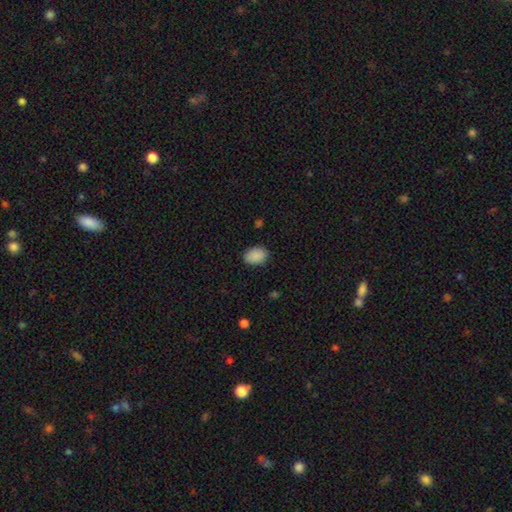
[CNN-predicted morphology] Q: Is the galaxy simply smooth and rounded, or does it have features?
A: smooth — 90%.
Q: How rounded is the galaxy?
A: in between — 81%.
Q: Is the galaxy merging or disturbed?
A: none — 87%.